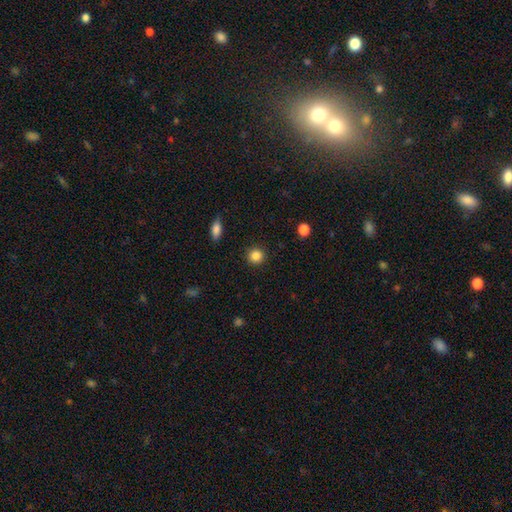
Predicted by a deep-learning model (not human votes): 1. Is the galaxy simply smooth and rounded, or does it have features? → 86% smooth, 10% star or artifact, 4% featured or disk.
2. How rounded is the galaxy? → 92% round, 7% in between, 1% cigar-shaped.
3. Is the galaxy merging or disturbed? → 91% none, 6% minor disturbance, 2% major disturbance, 1% merger.